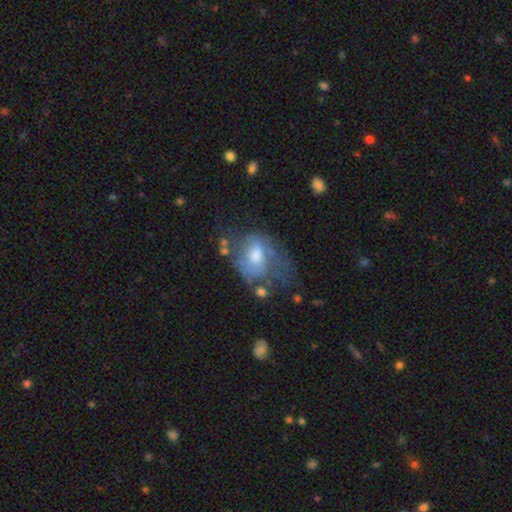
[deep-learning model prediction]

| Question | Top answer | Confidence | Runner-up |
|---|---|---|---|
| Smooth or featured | featured or disk | 55% | smooth (37%) |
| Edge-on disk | no | 96% | yes (4%) |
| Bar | no | 63% | weak (32%) |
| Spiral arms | yes | 59% | no (41%) |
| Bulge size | moderate | 62% | large (17%) |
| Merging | major disturbance | 35% | none (33%) |